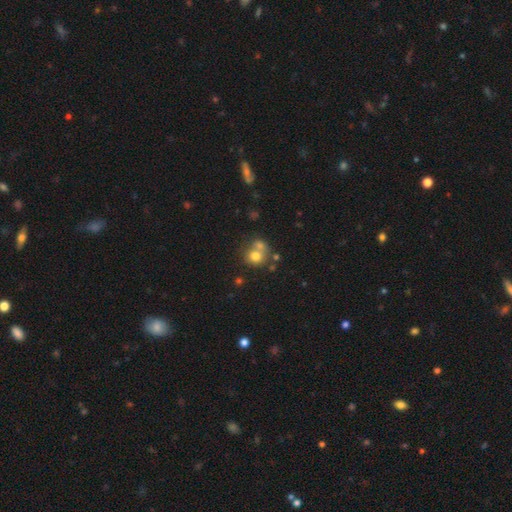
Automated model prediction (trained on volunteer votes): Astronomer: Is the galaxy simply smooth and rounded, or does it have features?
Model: smooth — 72%.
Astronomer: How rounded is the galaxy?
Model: round — 81%.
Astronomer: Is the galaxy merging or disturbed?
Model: merger — 44% (runner-up: none, 41%).